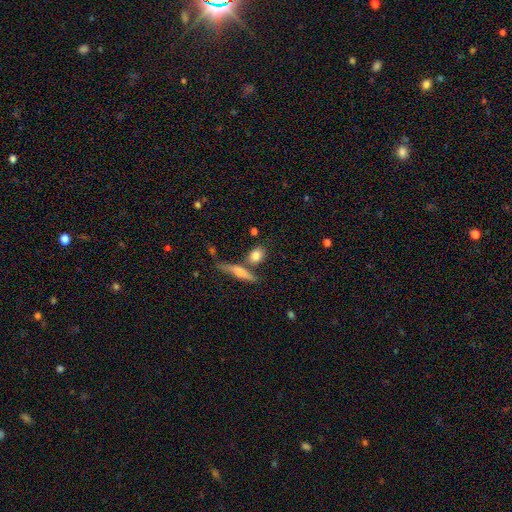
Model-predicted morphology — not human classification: smooth-or-featured: smooth: 79% | featured or disk: 13% | star or artifact: 8%
  how-rounded: in between: 50% | round: 38% | cigar-shaped: 12%
  merging: none: 66% | merger: 17% | minor disturbance: 12% | major disturbance: 4%